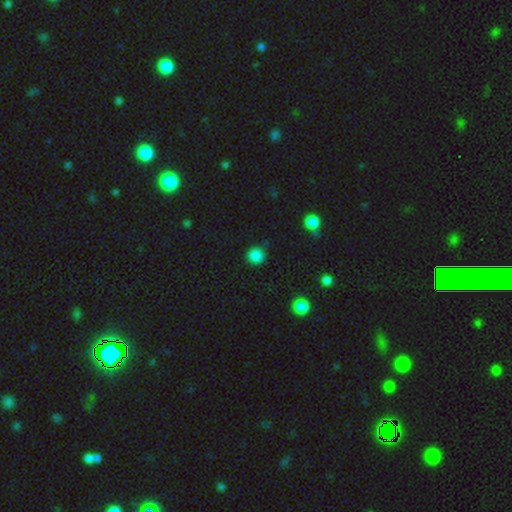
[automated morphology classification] smooth 85%, star or artifact 12%, featured or disk 3%. Down the decision tree: how rounded — round (93%); merging — none (89%).